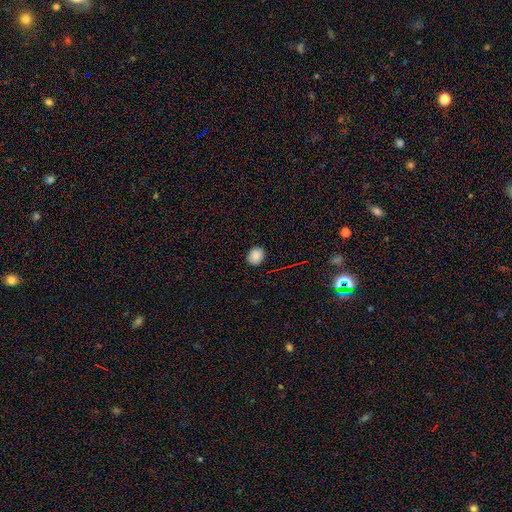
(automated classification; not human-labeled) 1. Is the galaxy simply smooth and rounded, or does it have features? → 86% smooth, 11% star or artifact, 3% featured or disk.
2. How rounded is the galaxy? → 62% round, 37% in between, 1% cigar-shaped.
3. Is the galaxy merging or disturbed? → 89% none, 8% minor disturbance, 2% major disturbance, 1% merger.